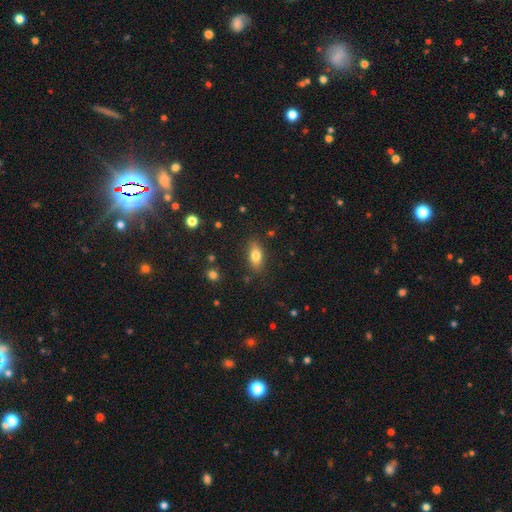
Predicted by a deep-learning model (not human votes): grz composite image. It shows a smooth galaxy with no disk features (78%) that is in between round and cigar-shaped (84%). Merging: none (83%).